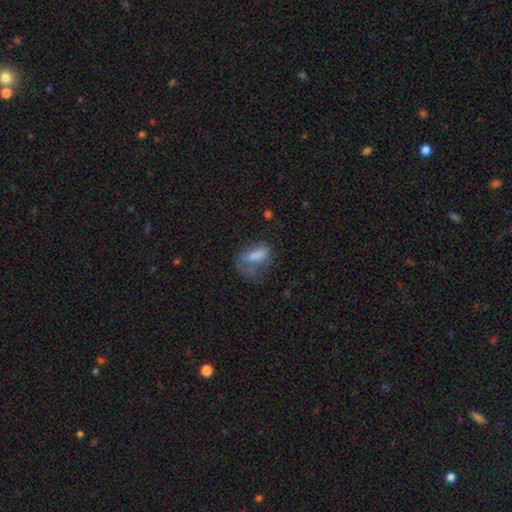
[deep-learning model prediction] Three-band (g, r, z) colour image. It shows a smooth galaxy with no disk features (62%) that is in between round and cigar-shaped (69%). Merging: major disturbance (39%).